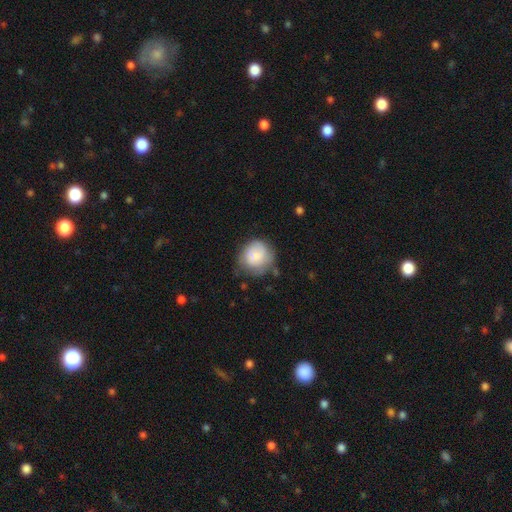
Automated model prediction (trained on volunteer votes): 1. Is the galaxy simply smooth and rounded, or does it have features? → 73% smooth, 20% featured or disk, 7% star or artifact.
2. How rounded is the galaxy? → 84% round, 15% in between, 1% cigar-shaped.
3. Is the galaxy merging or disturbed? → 63% none, 26% minor disturbance, 8% major disturbance, 3% merger.